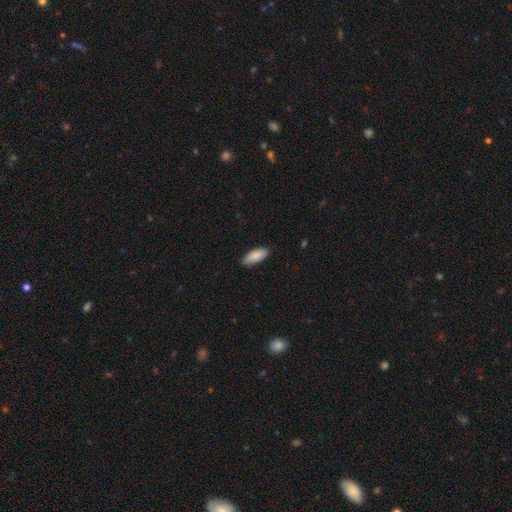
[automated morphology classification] type=smooth (87%); roundness=in between (79%); merging=none (86%).